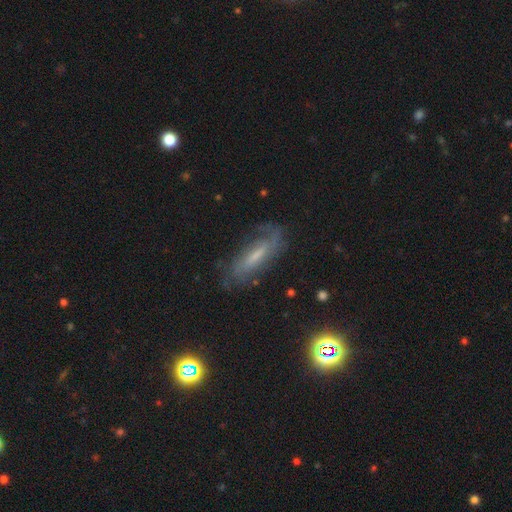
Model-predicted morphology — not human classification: type=featured or disk (66%); edge-on=no (76%); bar=weak (44%); spiral arms=yes (85%); bulge=small (46%); merging=none (68%).